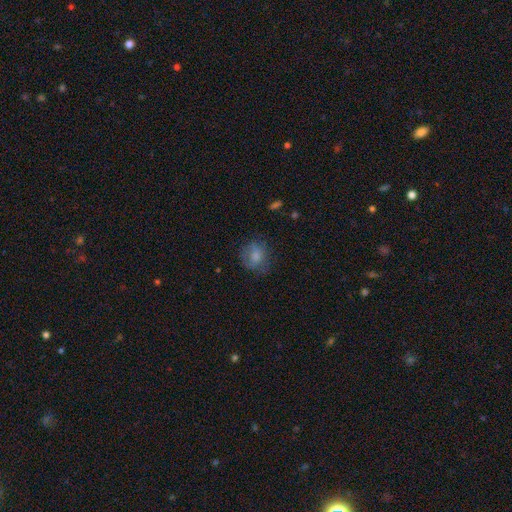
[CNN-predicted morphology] This appears to be a smooth galaxy with no disk features (72%) that is round (68%). Merging: none (60%).